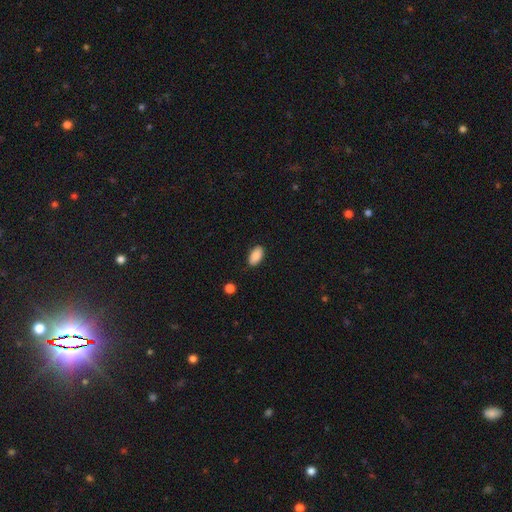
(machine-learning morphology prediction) smooth 88%, star or artifact 7%, featured or disk 5%. Down the decision tree: how rounded — in between (94%); merging — none (86%).